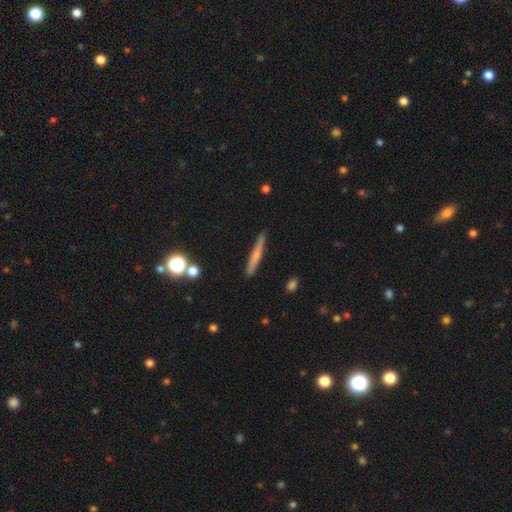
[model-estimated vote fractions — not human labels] Smooth or featured: smooth — 54% (featured or disk — 38%)
How rounded: cigar-shaped — 94% (in between — 4%)
Merging: none — 87% (minor disturbance — 10%)